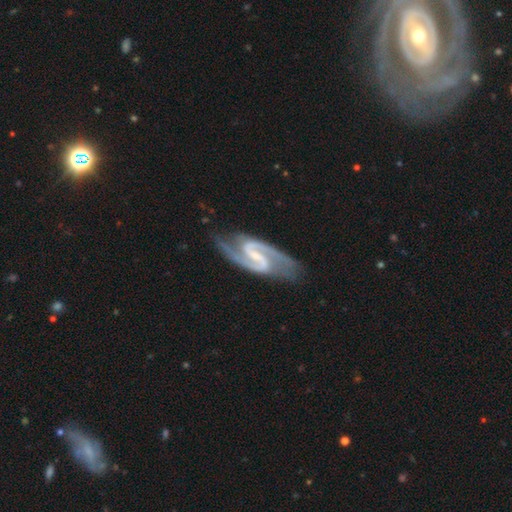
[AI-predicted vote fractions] Morphology: type=featured or disk (94%); edge-on=no (97%); bar=strong (49%); spiral arms=yes (99%); winding=medium (63%); arm count=2 (95%); bulge=small (57%); merging=none (80%).